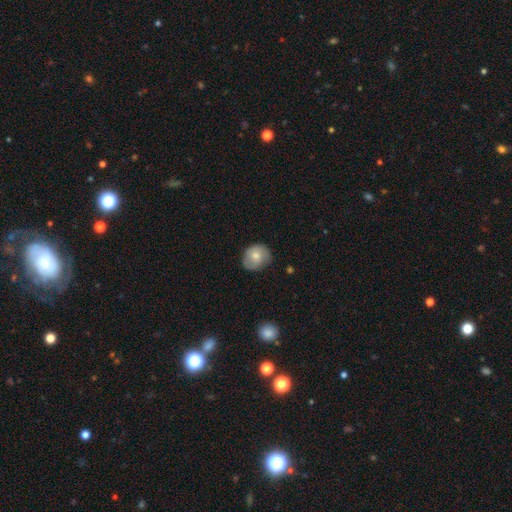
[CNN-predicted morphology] This appears to be a smooth galaxy with no disk features (68%) that is round (66%). Merging: none (72%).